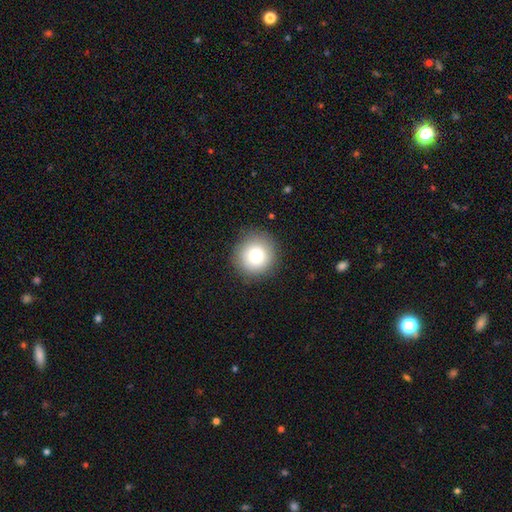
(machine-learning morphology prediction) This is likely a smooth galaxy (78%). How rounded: clearly round (93%). Merging: clearly none (88%).